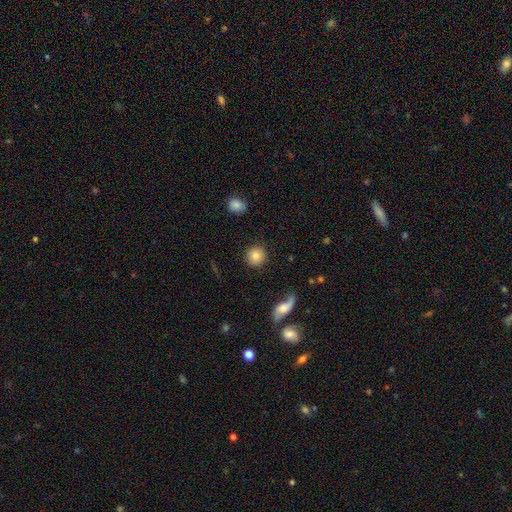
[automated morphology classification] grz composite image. It shows a smooth galaxy with no disk features (82%) that is round (93%). Merging: none (90%).